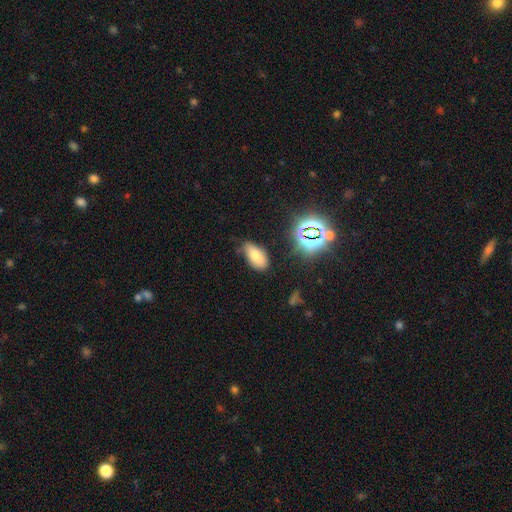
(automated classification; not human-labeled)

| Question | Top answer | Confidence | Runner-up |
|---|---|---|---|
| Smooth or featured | smooth | 72% | star or artifact (17%) |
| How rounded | in between | 91% | cigar-shaped (5%) |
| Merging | none | 68% | minor disturbance (23%) |